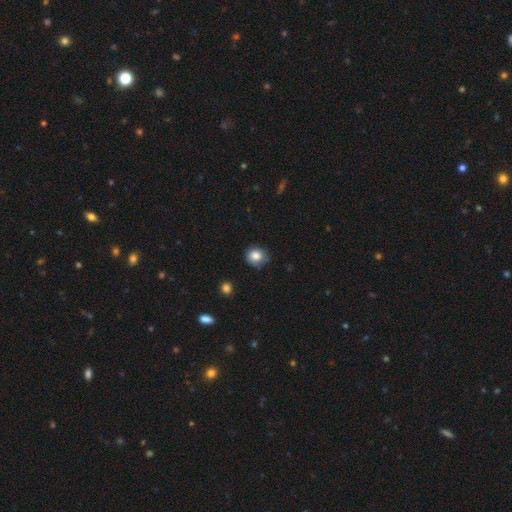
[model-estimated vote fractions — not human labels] A smooth galaxy with no disk features (82%) that is round (81%).

Vote fractions:
- Smooth or featured? smooth: 82% / star or artifact: 10% / featured or disk: 8%
- How rounded? round: 81% / in between: 19% / cigar-shaped: 1%
- Merging? none: 74% / minor disturbance: 21% / major disturbance: 4% / merger: 2%